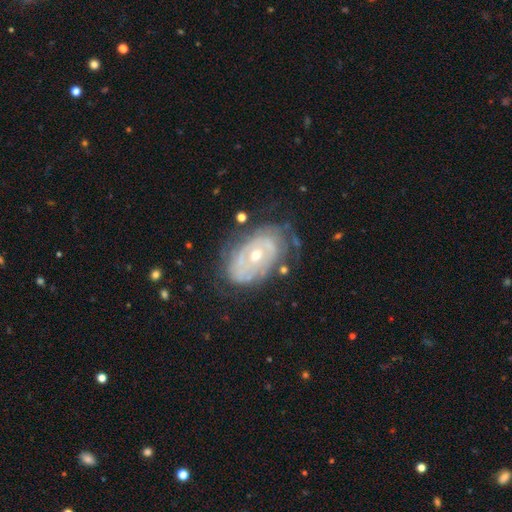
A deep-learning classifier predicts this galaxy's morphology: A featured or disk galaxy (81%) with no bar (75%), tight (74%) spiral arms (76%) and a moderate central bulge (53%).

Vote fractions:
- Smooth or featured? featured or disk: 81% / smooth: 13% / star or artifact: 6%
- Edge-on disk? no: 95% / yes: 5%
- Bar? no: 75% / weak: 19% / strong: 6%
- Spiral arms? yes: 76% / no: 24%
- Spiral winding? tight: 74% / medium: 19% / loose: 7%
- Spiral arm count? can't tell: 52% / 2: 24% / 3: 9% / 1: 6% / 4: 5% / more than 4: 4%
- Bulge size? moderate: 53% / small: 44% / large: 2% / none: 1% / dominant: 1%
- Merging? none: 63% / minor disturbance: 23% / major disturbance: 12% / merger: 2%